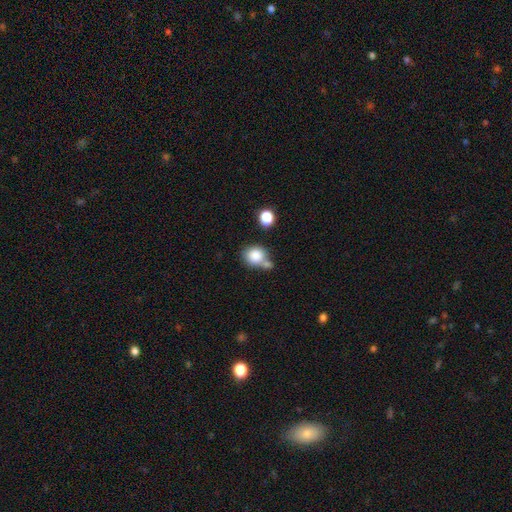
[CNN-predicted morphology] Smooth or featured: smooth — 83% (star or artifact — 9%)
How rounded: round — 76% (in between — 23%)
Merging: none — 46% (merger — 35%)